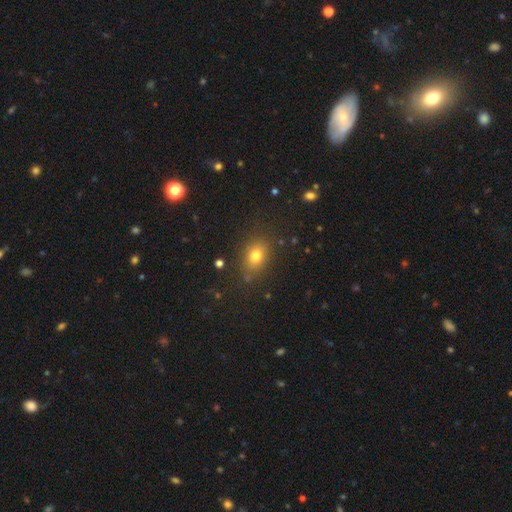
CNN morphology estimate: type=smooth (76%); roundness=in between (69%); merging=none (83%).